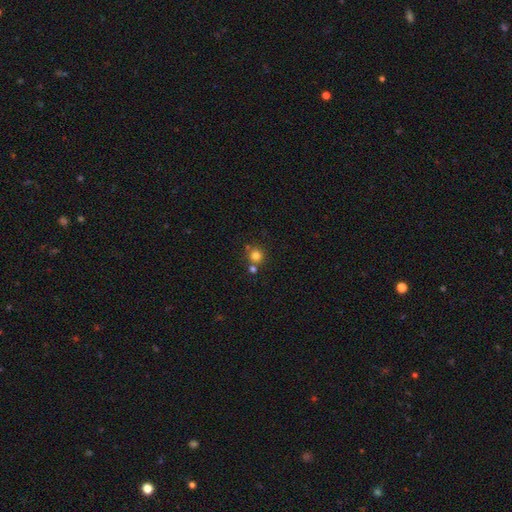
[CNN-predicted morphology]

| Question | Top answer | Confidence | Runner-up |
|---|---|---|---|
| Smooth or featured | smooth | 80% | star or artifact (14%) |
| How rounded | round | 93% | in between (6%) |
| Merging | none | 71% | merger (18%) |